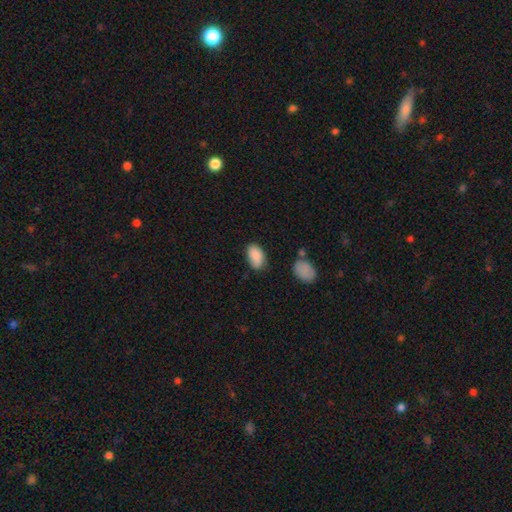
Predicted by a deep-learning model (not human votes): Morphology: type=smooth (86%); roundness=in between (93%); merging=none (70%).